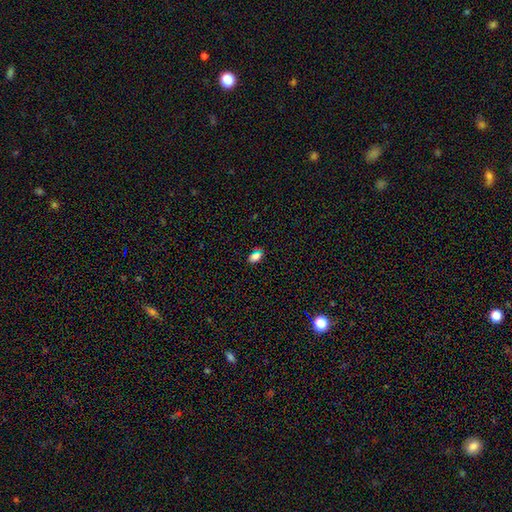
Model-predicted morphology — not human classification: A smooth galaxy with no disk features (74%) that is in between round and cigar-shaped (86%).

Vote fractions:
- Smooth or featured? smooth: 74% / star or artifact: 20% / featured or disk: 6%
- How rounded? in between: 86% / round: 11% / cigar-shaped: 3%
- Merging? none: 85% / minor disturbance: 10% / major disturbance: 3% / merger: 2%